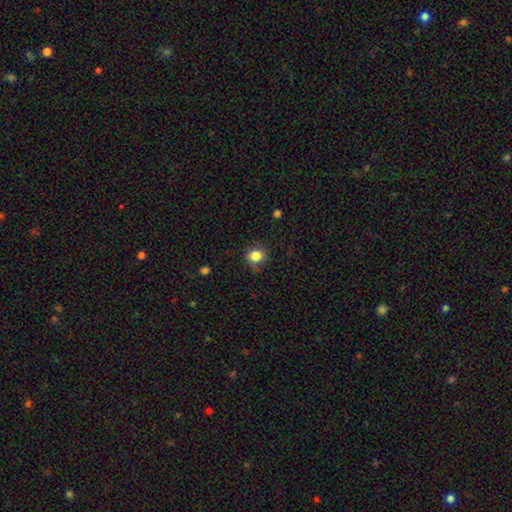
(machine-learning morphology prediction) This appears to be a smooth galaxy with no disk features (84%) that is round (69%). Merging: none (76%).